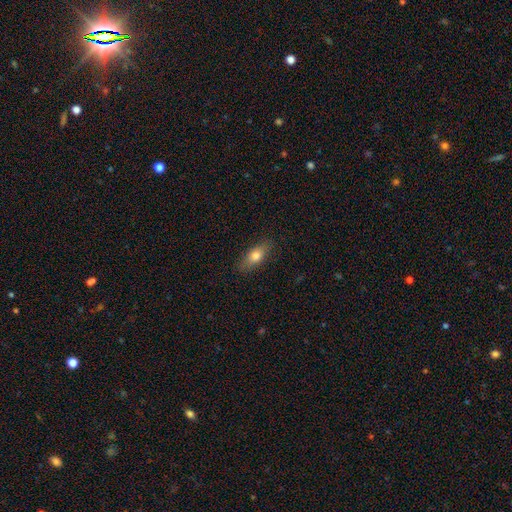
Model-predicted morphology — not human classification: smooth_or_featured: smooth (p=0.74) [alt: featured or disk p=0.19]
how_rounded: in between (p=0.75) [alt: cigar-shaped p=0.20]
merging: none (p=0.85) [alt: minor disturbance p=0.11]